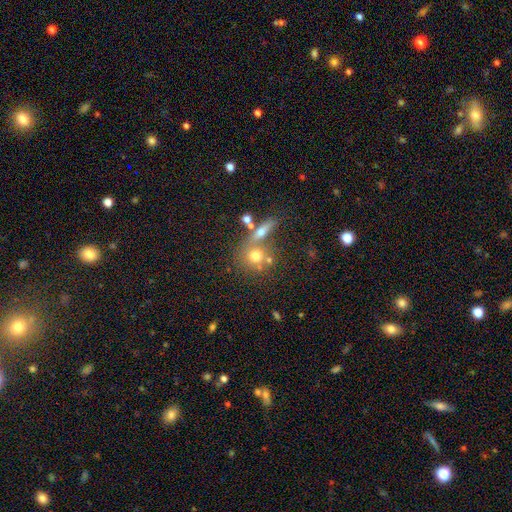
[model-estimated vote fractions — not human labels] Overall: smooth (65%). How rounded: round (77%). Merging: none (49%; merger 35%).